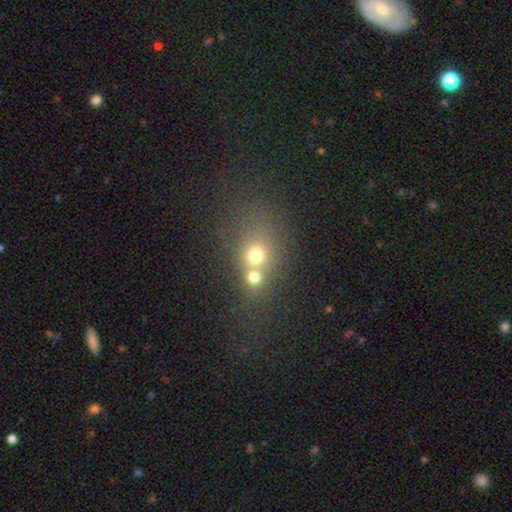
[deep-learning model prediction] Overall: smooth (62%). How rounded: round (66%; in between 32%). Merging: merger (61%; none 28%).